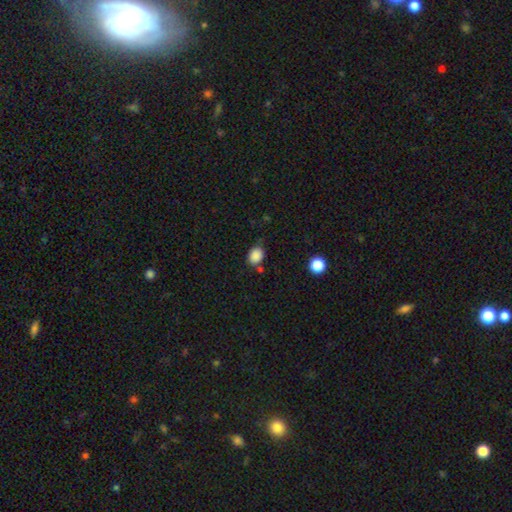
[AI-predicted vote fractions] Smooth or featured? smooth (86%)
How rounded? in between (54%)
Merging? none (70%)